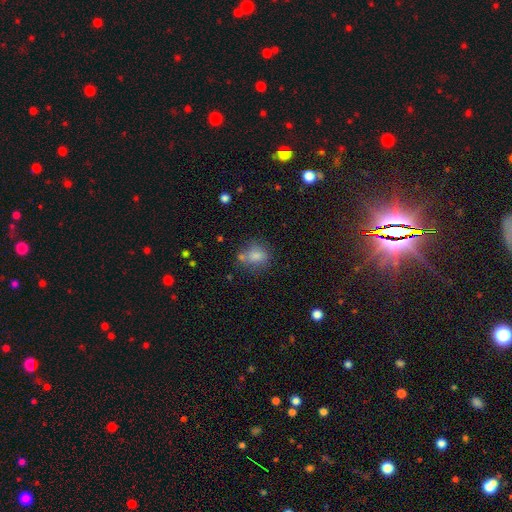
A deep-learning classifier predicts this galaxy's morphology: smooth-or-featured: smooth: 78% | star or artifact: 11% | featured or disk: 10%
  how-rounded: round: 52% | in between: 46% | cigar-shaped: 2%
  merging: none: 57% | minor disturbance: 20% | merger: 16% | major disturbance: 8%